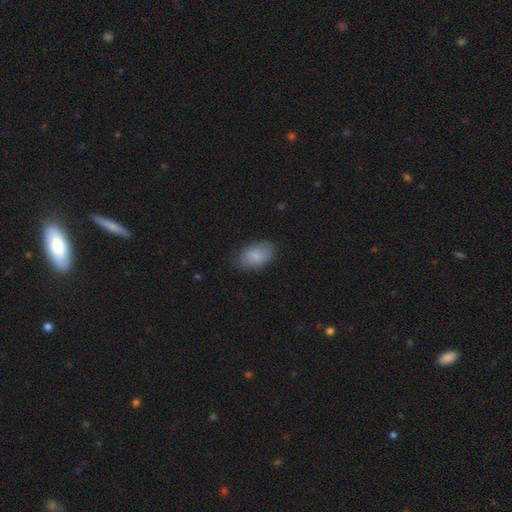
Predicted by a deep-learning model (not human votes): smooth-or-featured: smooth: 84% | featured or disk: 9% | star or artifact: 7%
  how-rounded: in between: 93% | round: 5% | cigar-shaped: 2%
  merging: none: 78% | minor disturbance: 17% | major disturbance: 4% | merger: 1%